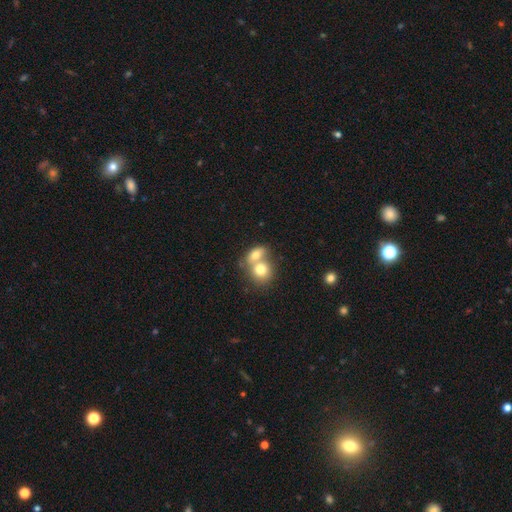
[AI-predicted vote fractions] Smooth or featured? smooth (65%)
How rounded? round (66%)
Merging? merger (65%)